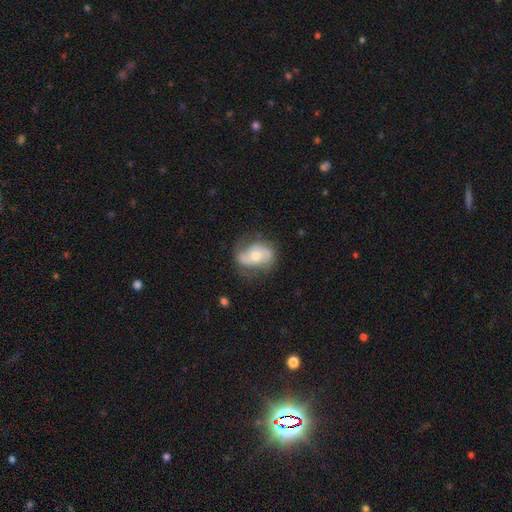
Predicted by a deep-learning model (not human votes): A featured or disk galaxy (63%) with no bar (61%), 2 (81%) loose (42%) spiral arms (83%) and a moderate central bulge (62%). Merging: none (62%).